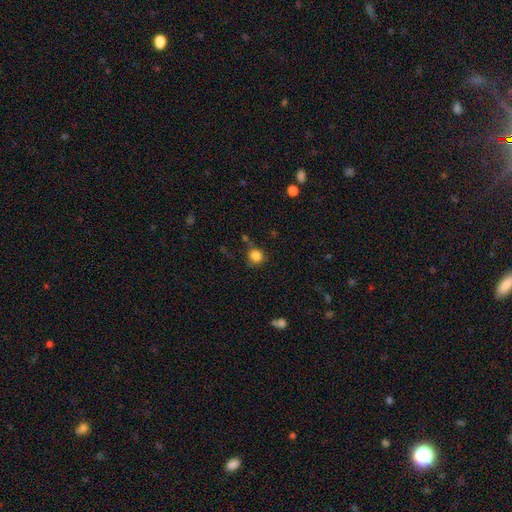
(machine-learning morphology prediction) smooth-or-featured: smooth: 84% | star or artifact: 12% | featured or disk: 5%
  how-rounded: round: 91% | in between: 8% | cigar-shaped: 1%
  merging: none: 75% | minor disturbance: 14% | merger: 7% | major disturbance: 5%